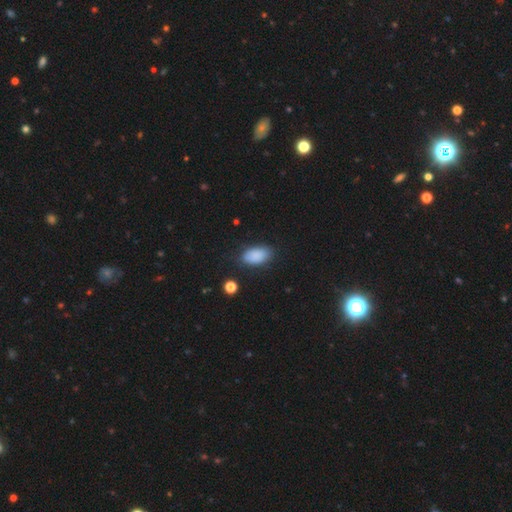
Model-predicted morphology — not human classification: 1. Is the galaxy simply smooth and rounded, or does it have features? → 88% smooth, 7% star or artifact, 5% featured or disk.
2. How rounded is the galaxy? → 93% in between, 4% round, 2% cigar-shaped.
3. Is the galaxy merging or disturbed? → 81% none, 13% minor disturbance, 4% major disturbance, 2% merger.